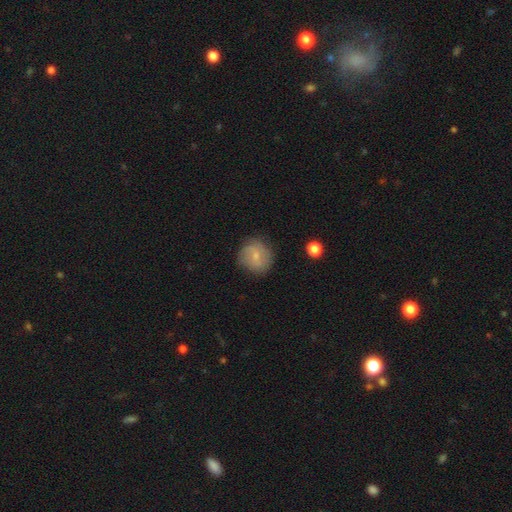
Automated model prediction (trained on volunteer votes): smooth_or_featured: smooth (p=0.58) [alt: featured or disk p=0.34]
how_rounded: round (p=0.87) [alt: in between p=0.11]
merging: none (p=0.76) [alt: minor disturbance p=0.17]